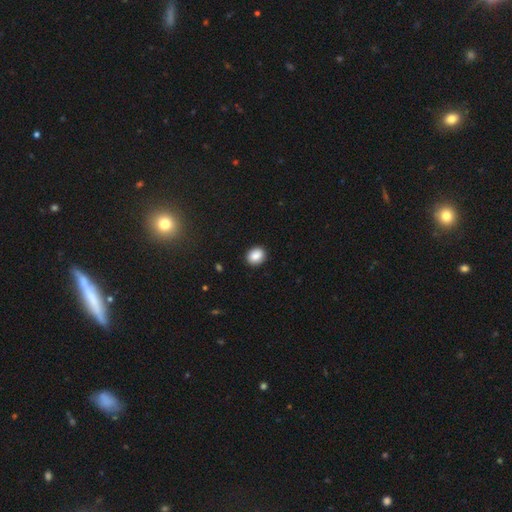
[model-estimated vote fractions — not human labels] Smooth or featured? smooth (87%)
How rounded? round (53%)
Merging? none (89%)